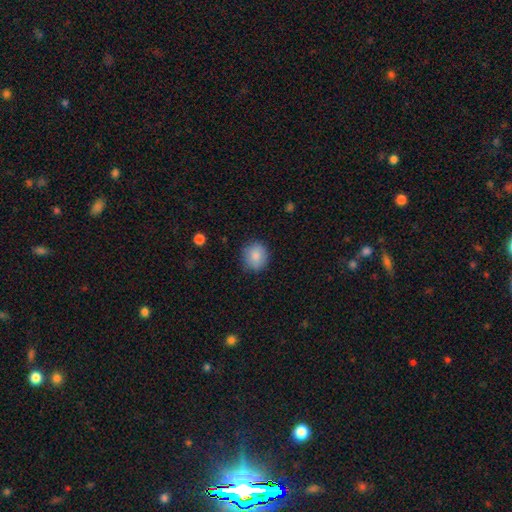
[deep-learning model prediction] The model was most divided on "how rounded": round: 80%, in between: 19%, cigar-shaped: 1%. More confident: smooth or featured — smooth (86%); merging — none (85%).